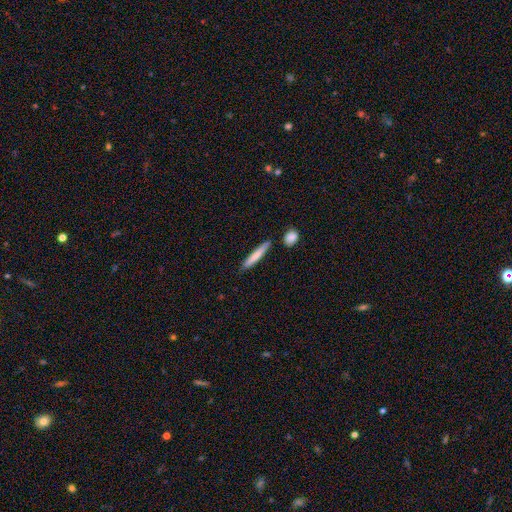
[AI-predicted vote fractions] smooth 75%, featured or disk 20%, star or artifact 6%. Down the decision tree: how rounded — cigar-shaped (93%); merging — none (83%).